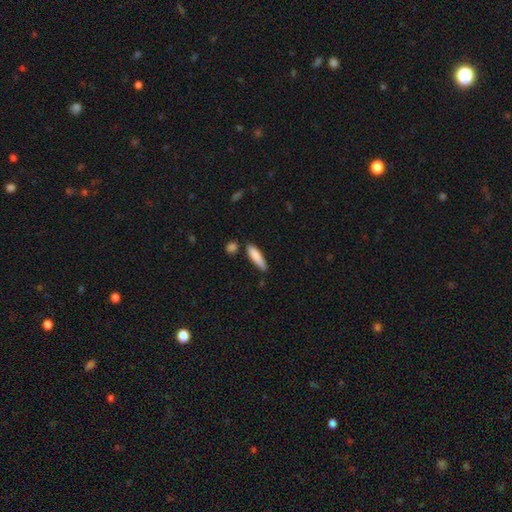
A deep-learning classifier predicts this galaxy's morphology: This appears to be a smooth galaxy with no disk features (83%) that is cigar-shaped (73%). Merging: none (76%).